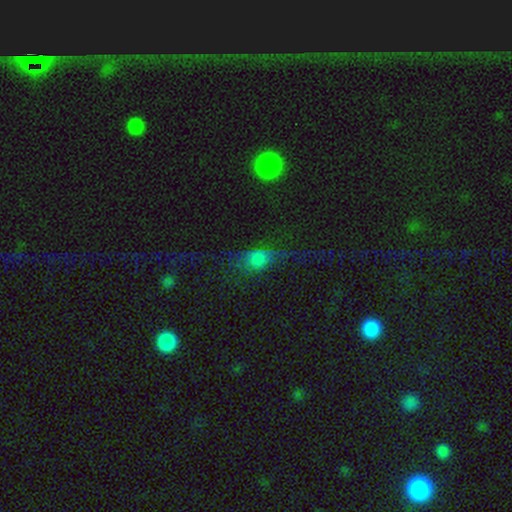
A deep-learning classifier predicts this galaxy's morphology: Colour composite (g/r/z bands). It shows a smooth galaxy with no disk features (58%) that is in between round and cigar-shaped (49%). Merging: none (49%).